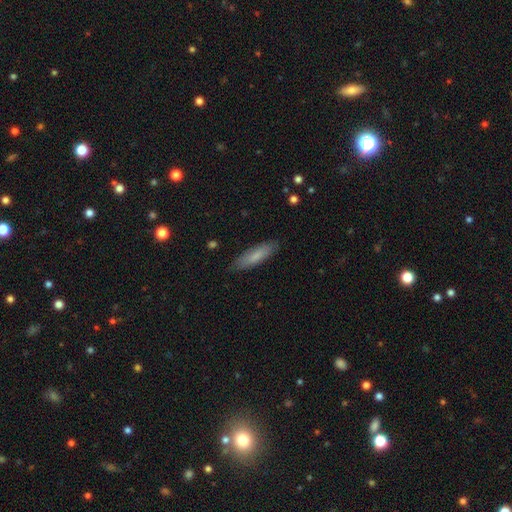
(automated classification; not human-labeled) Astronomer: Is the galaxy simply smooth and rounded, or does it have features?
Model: smooth — 78%.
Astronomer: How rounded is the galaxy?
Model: cigar-shaped — 65%.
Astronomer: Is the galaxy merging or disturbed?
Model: none — 86%.